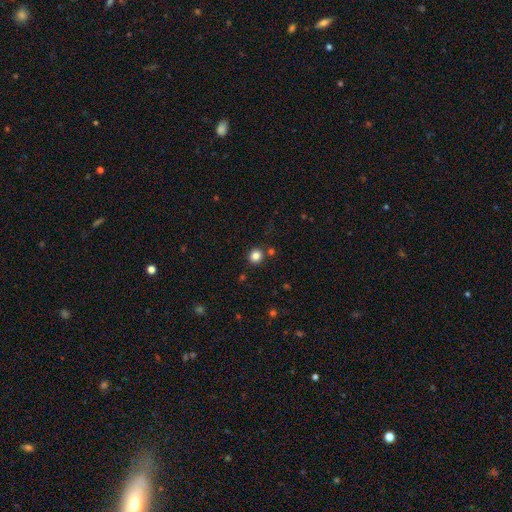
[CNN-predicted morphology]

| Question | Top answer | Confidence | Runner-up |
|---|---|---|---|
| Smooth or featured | smooth | 83% | star or artifact (12%) |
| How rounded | round | 85% | in between (14%) |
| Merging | none | 84% | minor disturbance (7%) |